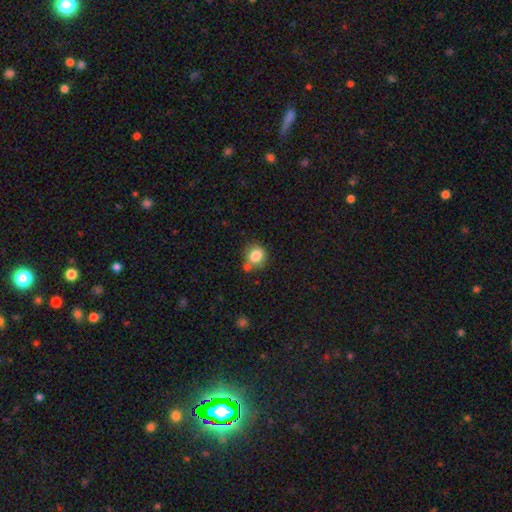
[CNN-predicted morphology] smooth 81%, star or artifact 10%, featured or disk 9%. Down the decision tree: how rounded — round (74%); merging — none (64%).